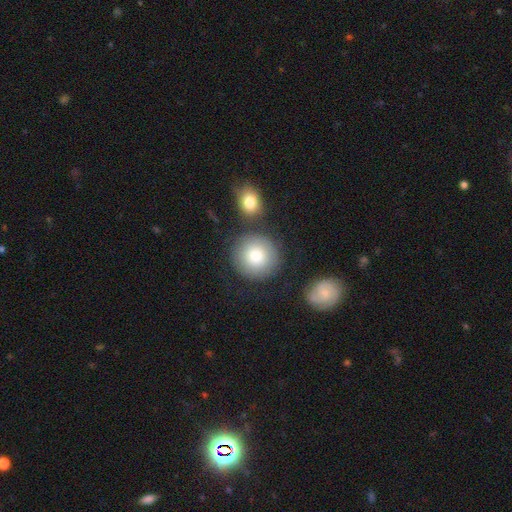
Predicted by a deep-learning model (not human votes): Q: Smooth or featured?
A: smooth (81%); runner-up: featured or disk (11%)
Q: How rounded?
A: round (93%); runner-up: in between (6%)
Q: Merging?
A: none (77%); runner-up: merger (10%)